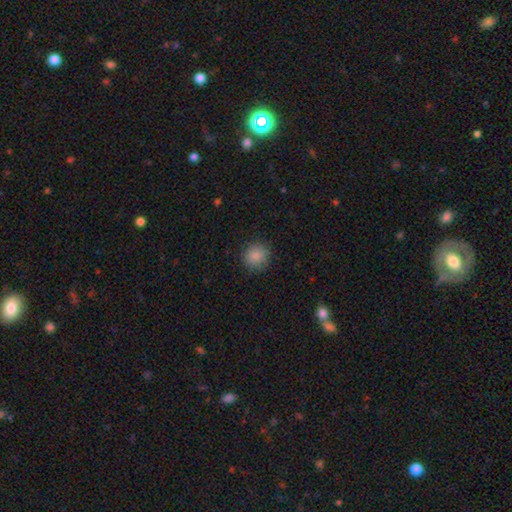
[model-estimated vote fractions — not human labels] smooth-or-featured: smooth: 86% | star or artifact: 10% | featured or disk: 4%
  how-rounded: round: 91% | in between: 8% | cigar-shaped: 1%
  merging: none: 88% | minor disturbance: 8% | major disturbance: 2% | merger: 1%